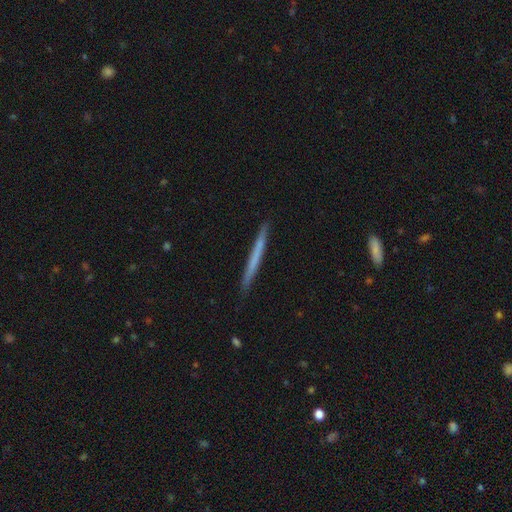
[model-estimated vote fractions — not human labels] Smooth or featured?
  - smooth: 54% *
  - featured or disk: 40%
  - star or artifact: 5%
How rounded?
  - cigar-shaped: 97% *
  - in between: 1%
  - round: 1%
Merging?
  - none: 91% *
  - minor disturbance: 7%
  - major disturbance: 1%
  - merger: 1%